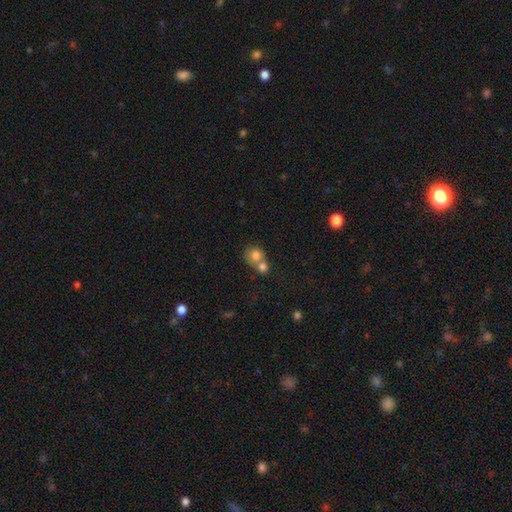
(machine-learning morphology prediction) Q: Smooth or featured?
A: smooth (76%); runner-up: featured or disk (14%)
Q: How rounded?
A: round (75%); runner-up: in between (24%)
Q: Merging?
A: merger (63%); runner-up: none (27%)